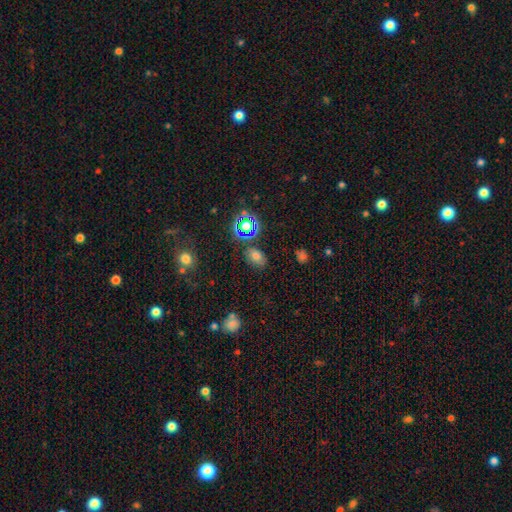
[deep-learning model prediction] The model was most divided on "smooth or featured": smooth: 64%, star or artifact: 27%, featured or disk: 9%. More confident: merging — none (78%); how rounded — in between (73%).